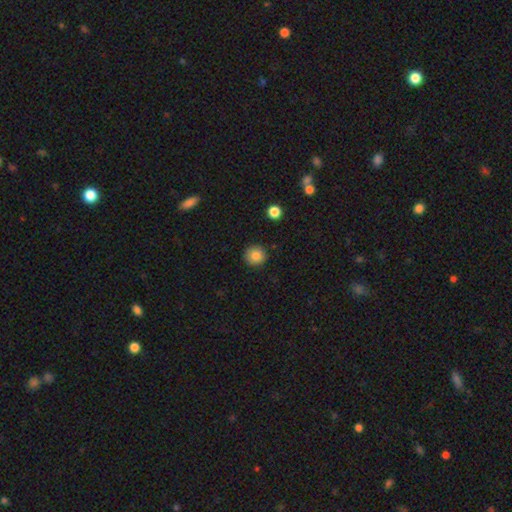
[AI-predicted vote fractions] A smooth galaxy with no disk features (84%) that is round (93%).

Vote fractions:
- Smooth or featured? smooth: 84% / star or artifact: 10% / featured or disk: 7%
- How rounded? round: 93% / in between: 6% / cigar-shaped: 1%
- Merging? none: 90% / minor disturbance: 6% / major disturbance: 2% / merger: 1%